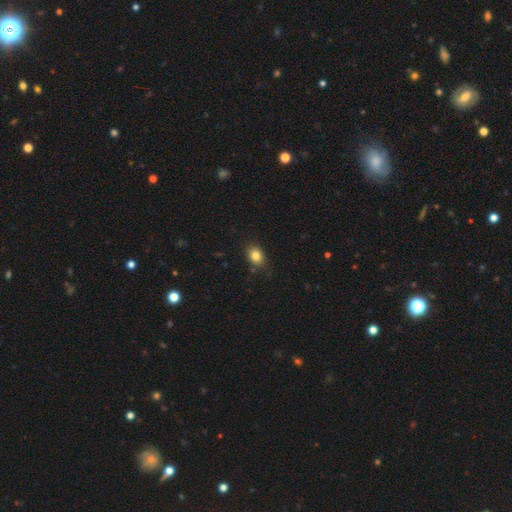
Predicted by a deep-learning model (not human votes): smooth 83%, star or artifact 10%, featured or disk 7%. Down the decision tree: how rounded — in between (58%); merging — none (80%).